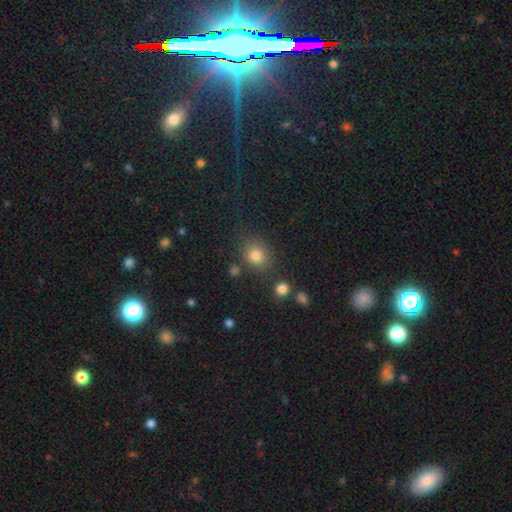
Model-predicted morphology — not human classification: A smooth galaxy with no disk features (79%) that is round (66%). Merging: none (77%).